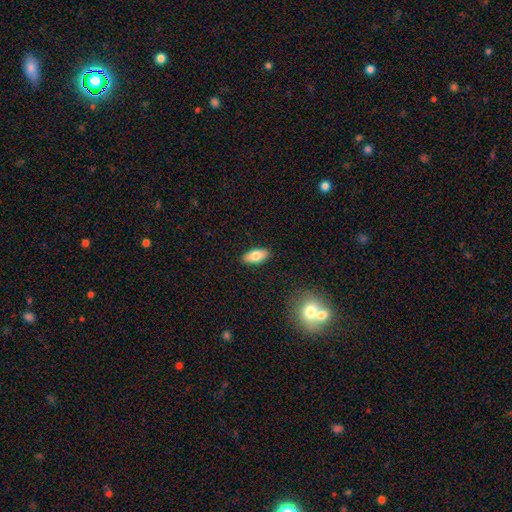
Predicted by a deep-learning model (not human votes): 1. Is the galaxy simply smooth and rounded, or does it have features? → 79% smooth, 14% featured or disk, 7% star or artifact.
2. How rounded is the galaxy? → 86% in between, 11% cigar-shaped, 2% round.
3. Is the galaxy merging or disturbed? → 89% none, 8% minor disturbance, 2% major disturbance, 1% merger.